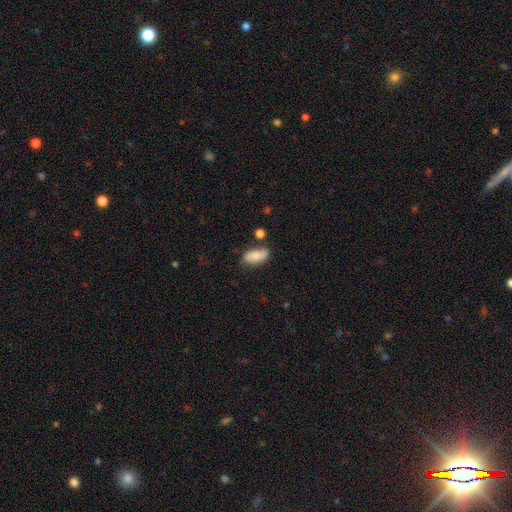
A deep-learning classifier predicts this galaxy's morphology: This appears to be a smooth galaxy with no disk features (71%) that is in between round and cigar-shaped (89%). Merging: none (67%).